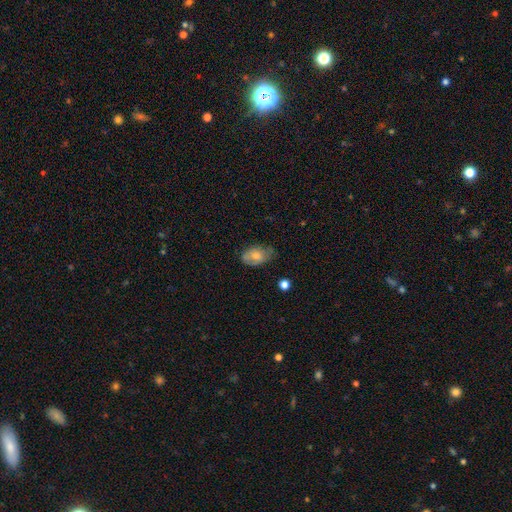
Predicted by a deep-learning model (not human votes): smooth-or-featured: smooth: 68% | featured or disk: 24% | star or artifact: 8%
  how-rounded: in between: 87% | round: 11% | cigar-shaped: 1%
  merging: none: 58% | minor disturbance: 32% | major disturbance: 9% | merger: 2%